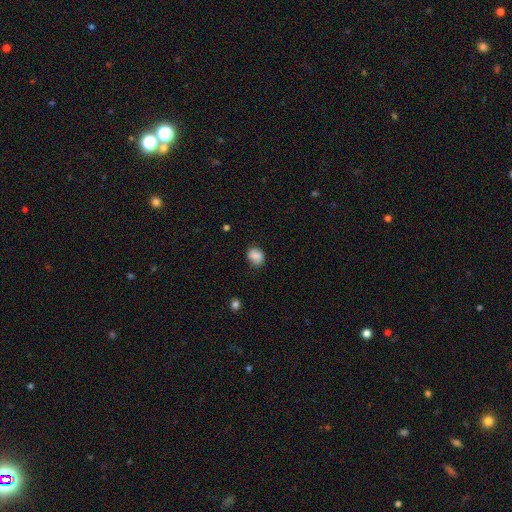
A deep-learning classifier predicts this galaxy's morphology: smooth 83%, star or artifact 9%, featured or disk 8%. Down the decision tree: how rounded — round (54%); merging — none (69%).